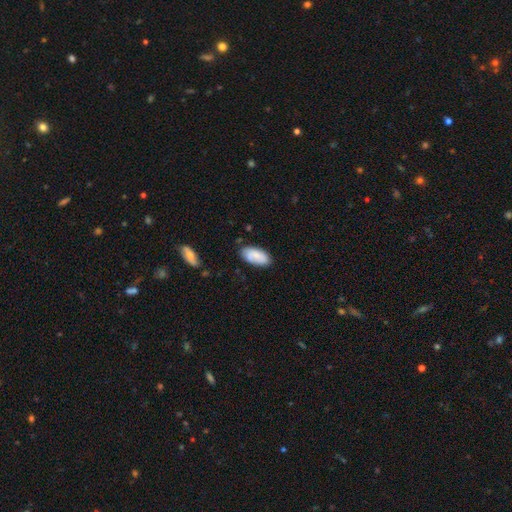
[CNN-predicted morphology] type=smooth (72%); roundness=in between (93%); merging=none (77%).